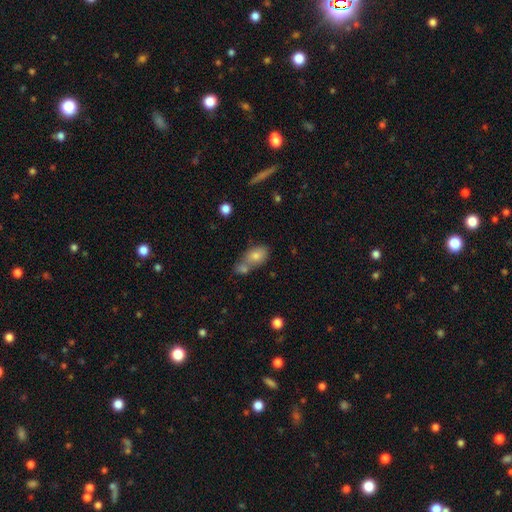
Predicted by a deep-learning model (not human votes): Q: Smooth or featured?
A: smooth (77%); runner-up: featured or disk (14%)
Q: How rounded?
A: in between (77%); runner-up: round (21%)
Q: Merging?
A: merger (47%); runner-up: none (38%)